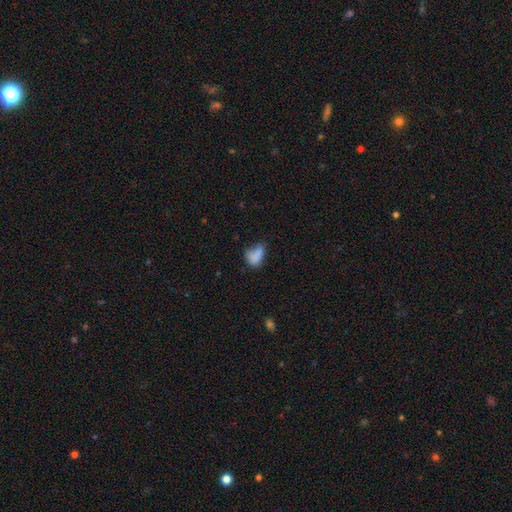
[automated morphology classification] Q: Smooth or featured?
A: smooth (78%); runner-up: featured or disk (11%)
Q: How rounded?
A: in between (85%); runner-up: round (10%)
Q: Merging?
A: none (36%); runner-up: minor disturbance (34%)